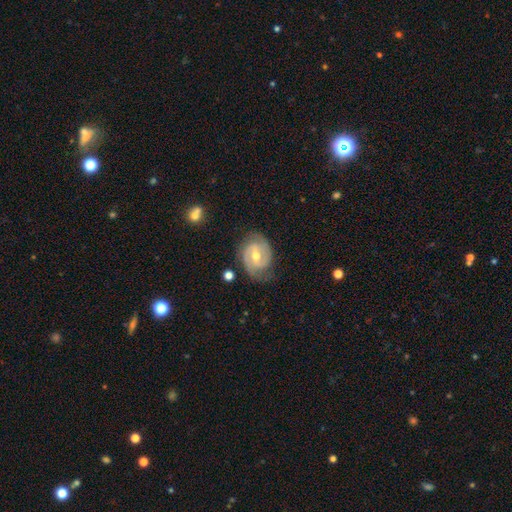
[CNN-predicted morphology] Smooth or featured?
  - featured or disk: 85% *
  - smooth: 10%
  - star or artifact: 5%
Edge-on disk?
  - no: 97% *
  - yes: 3%
Bar?
  - weak: 52% *
  - strong: 25%
  - no: 23%
Spiral arms?
  - yes: 95% *
  - no: 5%
Spiral winding?
  - tight: 48% *
  - medium: 42%
  - loose: 9%
Spiral arm count?
  - 2: 86% *
  - can't tell: 6%
  - 3: 4%
  - 1: 2%
  - 4: 1%
  - more than 4: 1%
Bulge size?
  - moderate: 63% *
  - small: 33%
  - large: 2%
  - none: 1%
  - dominant: 1%
Merging?
  - none: 76% *
  - minor disturbance: 18%
  - major disturbance: 5%
  - merger: 2%